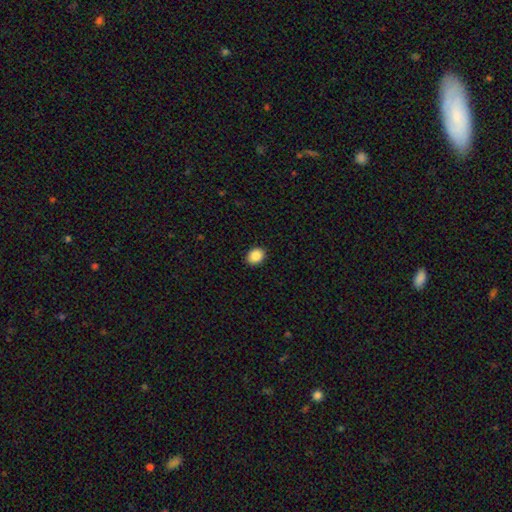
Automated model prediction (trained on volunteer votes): This appears to be a smooth galaxy with no disk features (88%) that is round (50%). Merging: none (91%).